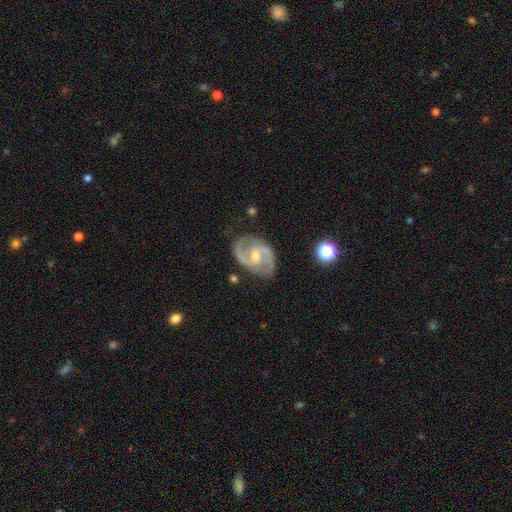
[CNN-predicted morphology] smooth_or_featured: featured or disk (p=0.91) [alt: star or artifact p=0.05]
disk_edge_on: no (p=0.98) [alt: yes p=0.02]
bar: weak (p=0.45) [alt: no p=0.40]
has_spiral_arms: yes (p=0.98) [alt: no p=0.02]
spiral_winding: medium (p=0.61) [alt: tight p=0.24]
spiral_arm_count: 2 (p=0.93) [alt: can't tell p=0.02]
bulge_size: moderate (p=0.51) [alt: small p=0.45]
merging: none (p=0.81) [alt: minor disturbance p=0.13]